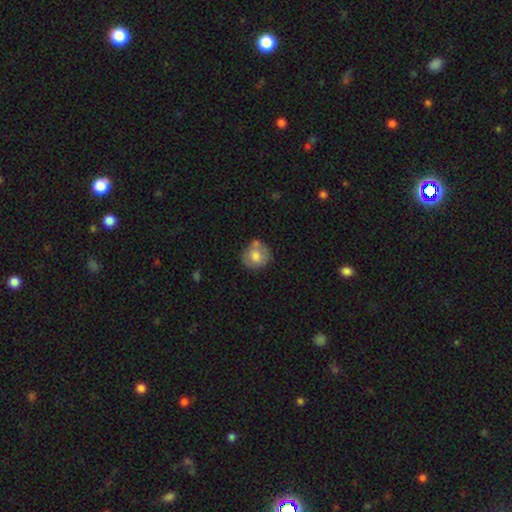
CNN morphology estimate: Smooth or featured: smooth — 70% (featured or disk — 23%)
How rounded: round — 82% (in between — 17%)
Merging: none — 59% (minor disturbance — 20%)